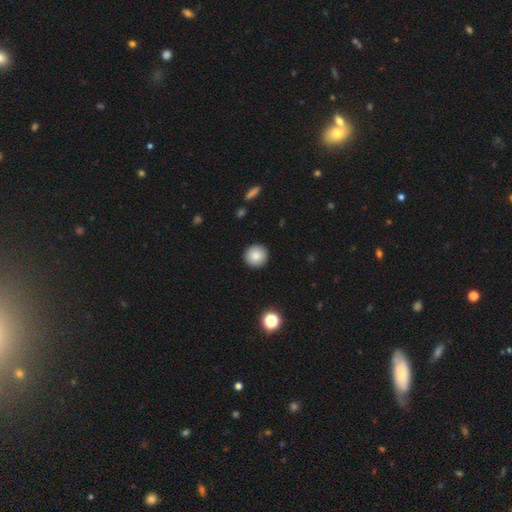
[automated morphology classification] Q: Smooth or featured?
A: smooth (87%); runner-up: star or artifact (8%)
Q: How rounded?
A: round (95%); runner-up: in between (4%)
Q: Merging?
A: none (93%); runner-up: minor disturbance (5%)